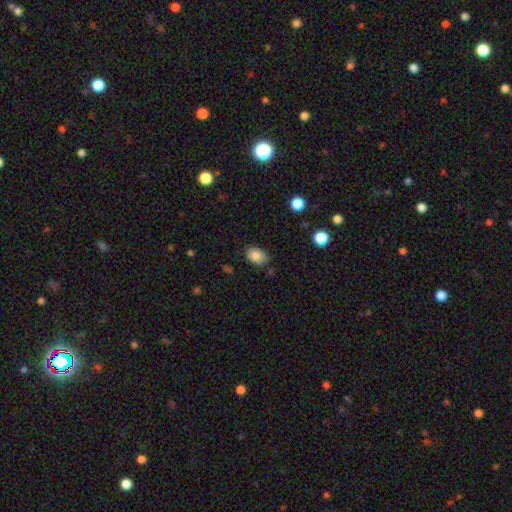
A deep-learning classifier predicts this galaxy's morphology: A smooth galaxy with no disk features (85%) that is in between round and cigar-shaped (83%).

Vote fractions:
- Smooth or featured? smooth: 85% / star or artifact: 9% / featured or disk: 6%
- How rounded? in between: 83% / round: 16% / cigar-shaped: 1%
- Merging? none: 72% / minor disturbance: 21% / major disturbance: 4% / merger: 3%